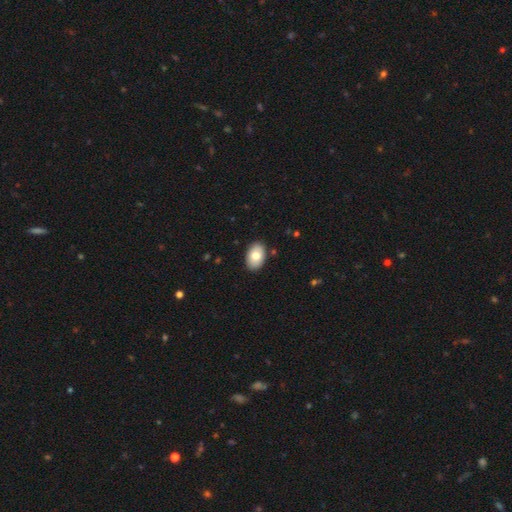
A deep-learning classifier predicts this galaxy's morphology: smooth_or_featured: smooth (p=0.79) [alt: featured or disk p=0.14]
how_rounded: in between (p=0.91) [alt: round p=0.08]
merging: none (p=0.88) [alt: minor disturbance p=0.09]